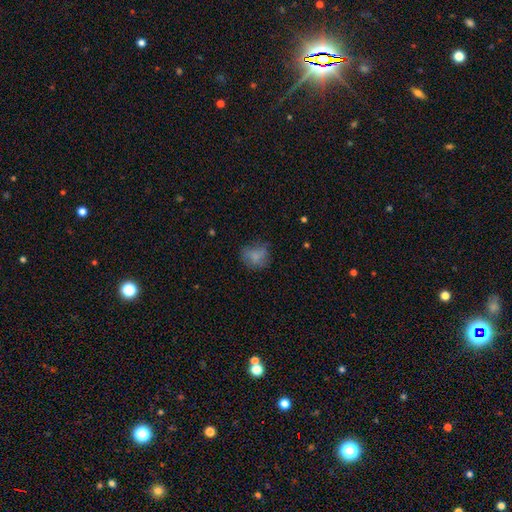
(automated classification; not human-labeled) Smooth or featured?
  - smooth: 75% *
  - featured or disk: 14%
  - star or artifact: 11%
How rounded?
  - round: 69% *
  - in between: 30%
  - cigar-shaped: 1%
Merging?
  - none: 60% *
  - minor disturbance: 26%
  - major disturbance: 12%
  - merger: 2%